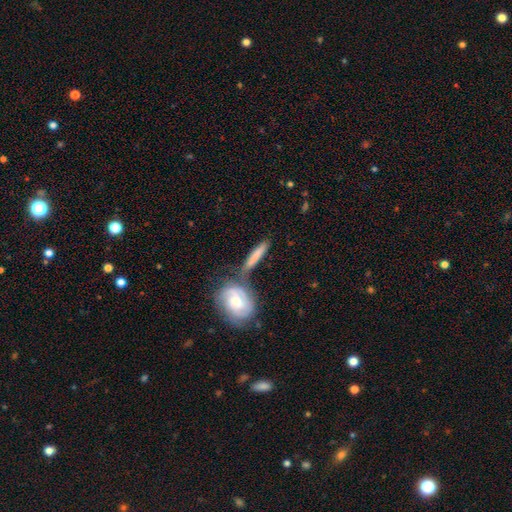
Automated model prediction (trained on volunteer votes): This appears to be a smooth galaxy with no disk features (56%) that is cigar-shaped (80%). Merging: none (49%).